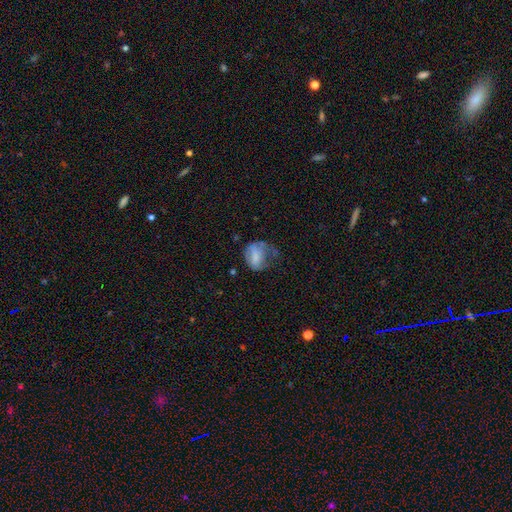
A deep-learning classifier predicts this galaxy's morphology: smooth_or_featured: smooth (p=0.61) [alt: featured or disk p=0.29]
how_rounded: in between (p=0.57) [alt: round p=0.42]
merging: major disturbance (p=0.39) [alt: minor disturbance p=0.30]